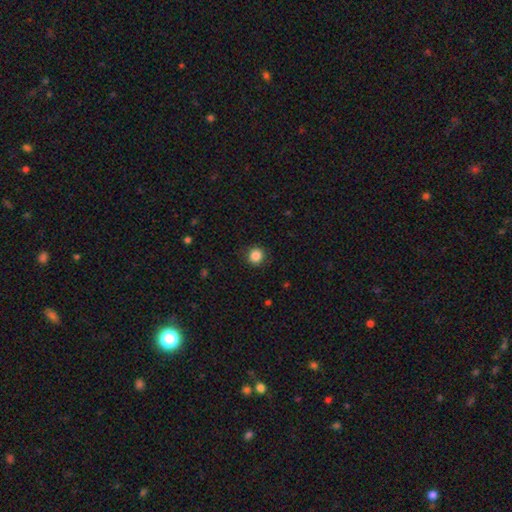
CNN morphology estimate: Smooth or featured? smooth (86%)
How rounded? round (90%)
Merging? none (89%)